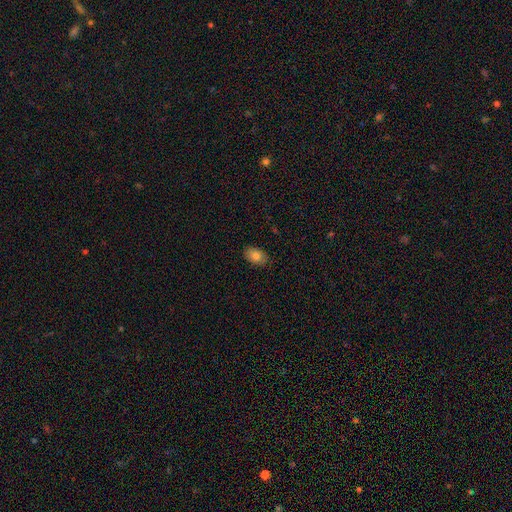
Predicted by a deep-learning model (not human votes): The model was most divided on "smooth or featured": smooth: 81%, featured or disk: 11%, star or artifact: 8%. More confident: how rounded — in between (87%); merging — none (86%).